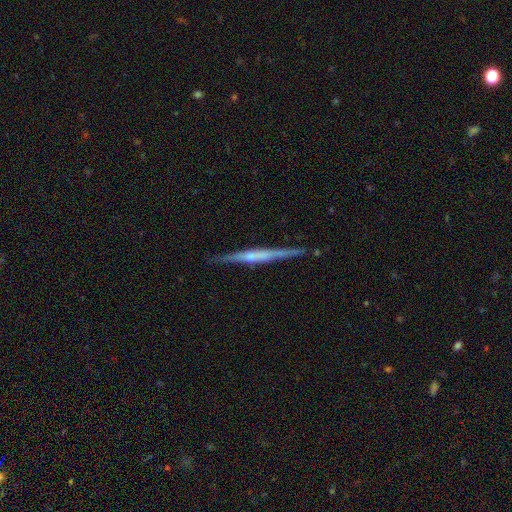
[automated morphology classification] The model was most divided on "edge-on bulge": rounded: 50%, none: 38%, boxy: 12%. More confident: edge-on disk — yes (98%); merging — none (86%); smooth or featured — featured or disk (73%).